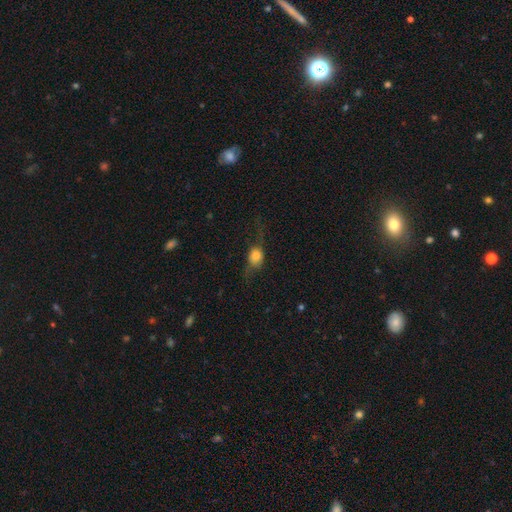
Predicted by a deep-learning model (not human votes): The model was most divided on "how rounded": round: 53%, in between: 42%, cigar-shaped: 6%. Remaining: smooth or featured — smooth (61%); merging — none (50%).